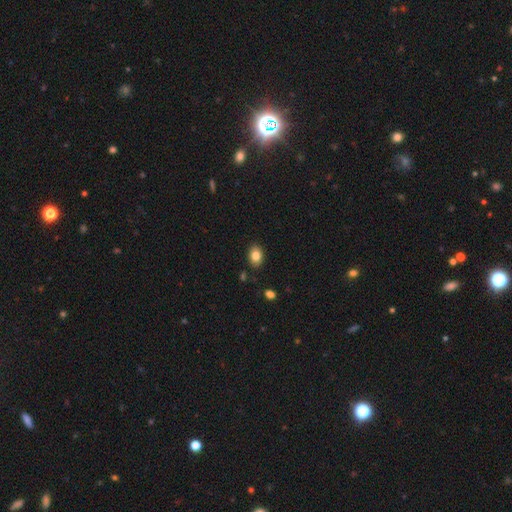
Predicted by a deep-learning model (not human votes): This is clearly a smooth galaxy (83%). How rounded: likely in between (76%). Merging: clearly none (87%).